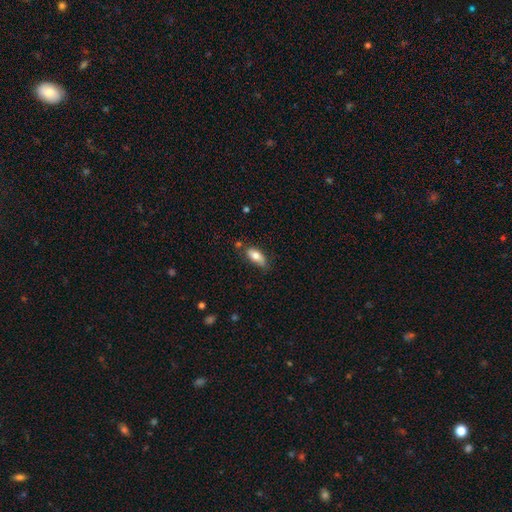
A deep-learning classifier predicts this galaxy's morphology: Smooth or featured?
  - smooth: 76% *
  - featured or disk: 17%
  - star or artifact: 7%
How rounded?
  - in between: 84% *
  - cigar-shaped: 13%
  - round: 3%
Merging?
  - none: 65% *
  - minor disturbance: 26%
  - major disturbance: 5%
  - merger: 4%